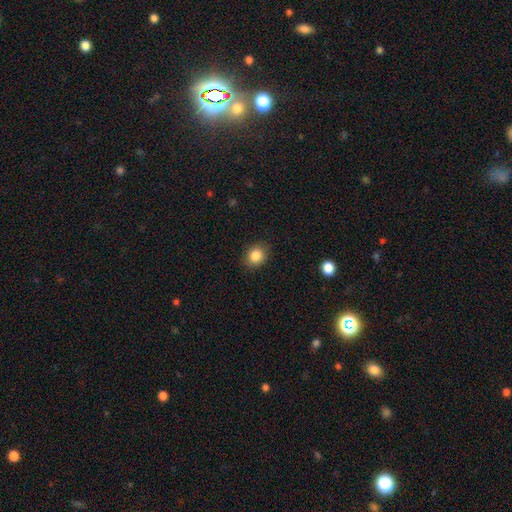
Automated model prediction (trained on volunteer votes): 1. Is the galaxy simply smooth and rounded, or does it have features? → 86% smooth, 9% star or artifact, 5% featured or disk.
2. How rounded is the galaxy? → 60% round, 39% in between, 1% cigar-shaped.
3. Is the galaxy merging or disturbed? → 87% none, 10% minor disturbance, 3% major disturbance, 1% merger.